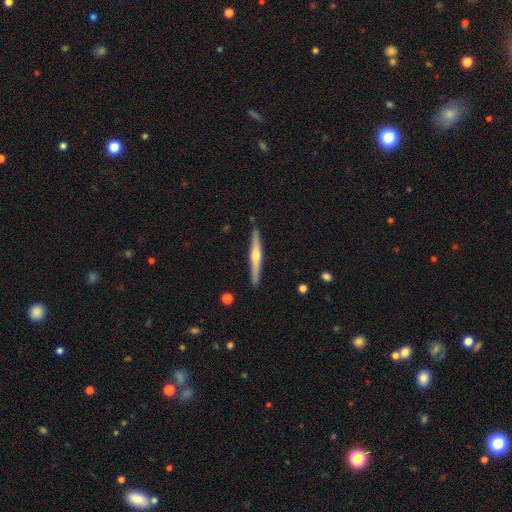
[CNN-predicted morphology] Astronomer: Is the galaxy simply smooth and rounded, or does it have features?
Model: featured or disk — 70%.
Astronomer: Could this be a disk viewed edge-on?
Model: yes — 98%.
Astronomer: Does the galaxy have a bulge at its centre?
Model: rounded — 89%.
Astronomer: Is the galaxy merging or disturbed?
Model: none — 90%.